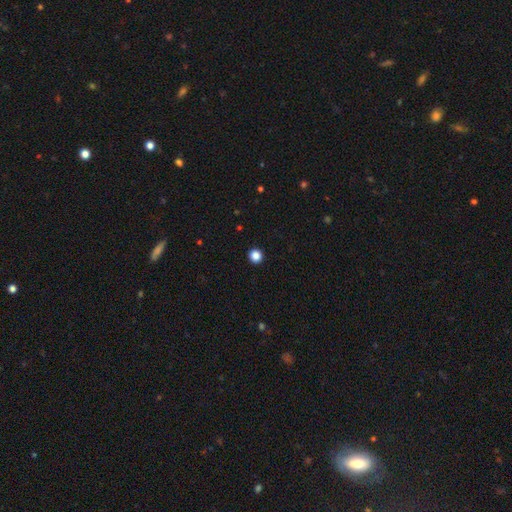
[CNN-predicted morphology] Smooth or featured? smooth (86%)
How rounded? round (95%)
Merging? none (94%)